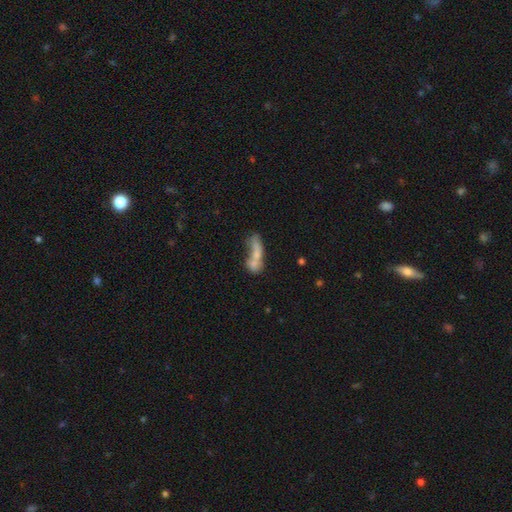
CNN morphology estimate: Smooth or featured?
  - smooth: 63% *
  - featured or disk: 26%
  - star or artifact: 10%
How rounded?
  - in between: 49% *
  - cigar-shaped: 42%
  - round: 9%
Merging?
  - merger: 58% *
  - none: 22%
  - major disturbance: 10%
  - minor disturbance: 10%